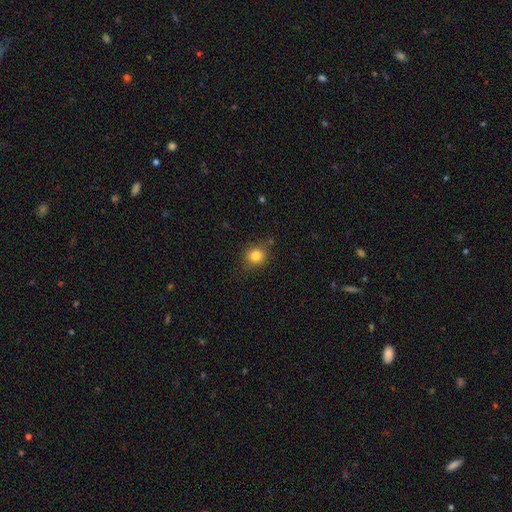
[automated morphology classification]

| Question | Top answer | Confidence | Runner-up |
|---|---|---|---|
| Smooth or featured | smooth | 82% | star or artifact (11%) |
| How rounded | round | 79% | in between (20%) |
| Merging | none | 80% | minor disturbance (14%) |